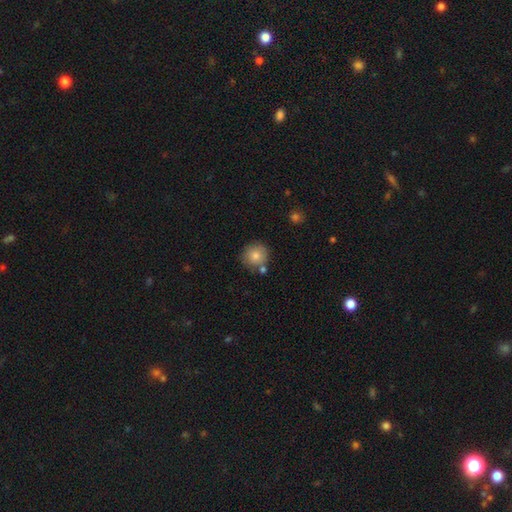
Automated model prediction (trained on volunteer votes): Q: Smooth or featured?
A: smooth (80%); runner-up: featured or disk (10%)
Q: How rounded?
A: round (93%); runner-up: in between (7%)
Q: Merging?
A: none (75%); runner-up: merger (11%)